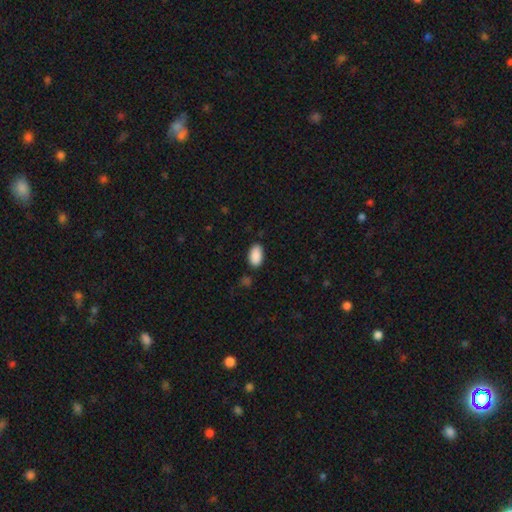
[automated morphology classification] This is clearly a smooth galaxy (90%). How rounded: clearly in between (94%). Merging: clearly none (83%).